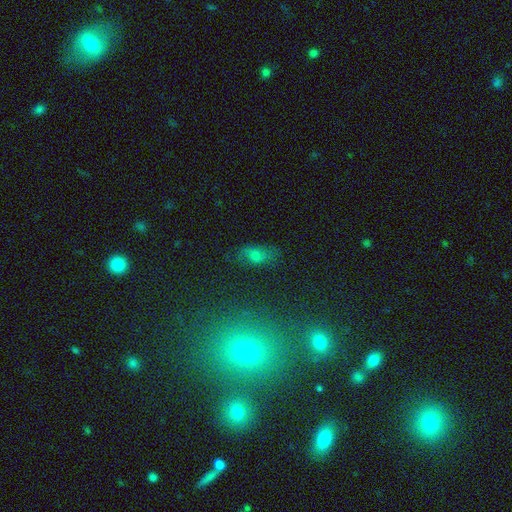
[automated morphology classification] Smooth or featured? smooth (56%)
How rounded? in between (82%)
Merging? none (67%)